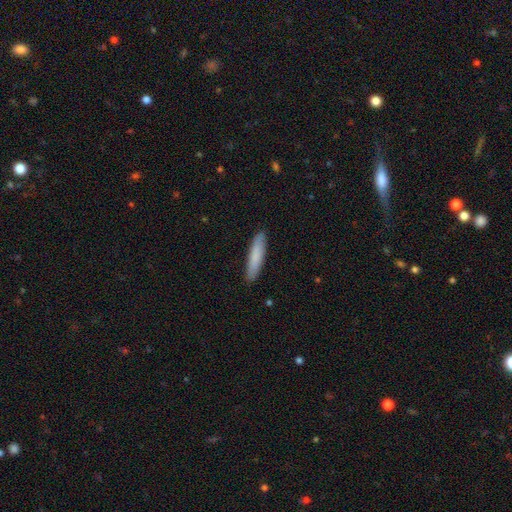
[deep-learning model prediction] Smooth or featured: smooth — 80% (featured or disk — 14%)
How rounded: cigar-shaped — 85% (in between — 13%)
Merging: none — 90% (minor disturbance — 8%)